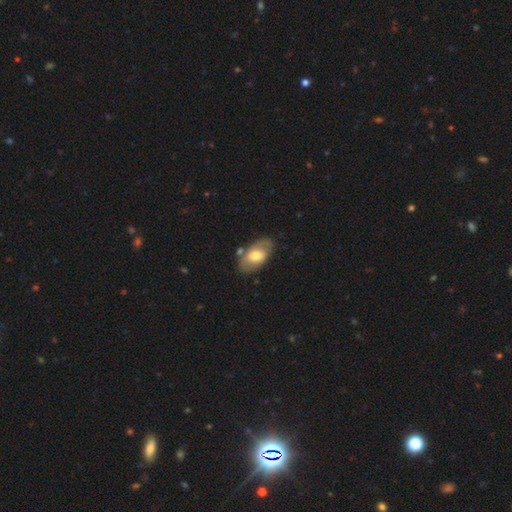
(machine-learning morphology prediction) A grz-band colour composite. It shows a smooth galaxy with no disk features (57%) that is in between round and cigar-shaped (92%). Merging: none (69%).